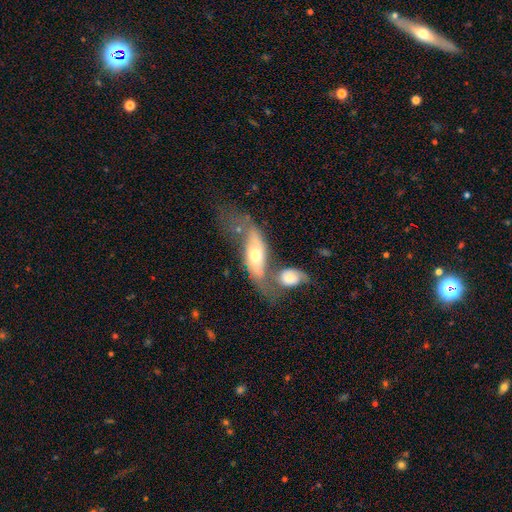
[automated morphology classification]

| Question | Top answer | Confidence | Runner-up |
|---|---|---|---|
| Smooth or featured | featured or disk | 62% | smooth (32%) |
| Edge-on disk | no | 78% | yes (22%) |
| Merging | merger | 53% | none (21%) |